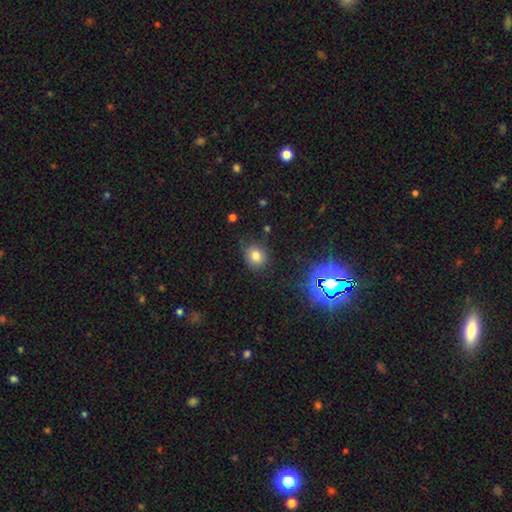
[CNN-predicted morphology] Overall: smooth (77%). How rounded: round (74%). Merging: none (74%).